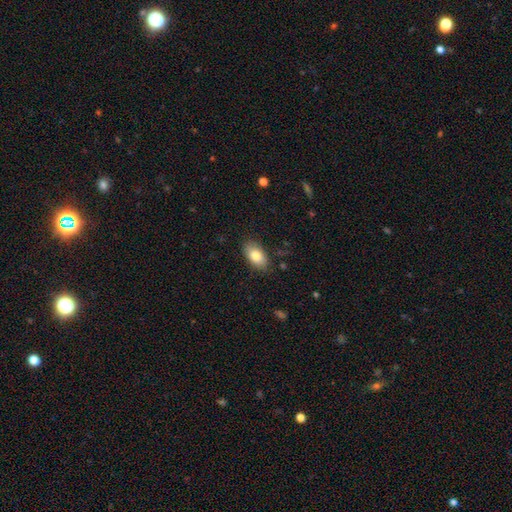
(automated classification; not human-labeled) A smooth galaxy with no disk features (82%) that is in between round and cigar-shaped (92%).

Vote fractions:
- Smooth or featured? smooth: 82% / featured or disk: 11% / star or artifact: 7%
- How rounded? in between: 92% / round: 5% / cigar-shaped: 2%
- Merging? none: 84% / minor disturbance: 12% / major disturbance: 3% / merger: 1%